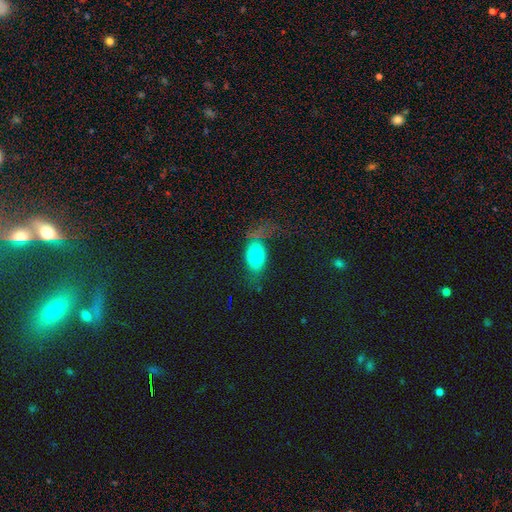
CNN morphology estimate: This is likely a smooth galaxy (74%). How rounded: clearly in between (84%). Merging: marginally none (39%).